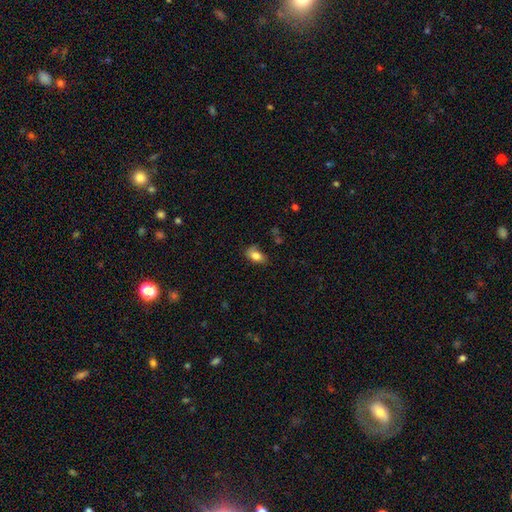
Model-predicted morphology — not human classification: smooth_or_featured: smooth (p=0.81) [alt: featured or disk p=0.10]
how_rounded: in between (p=0.89) [alt: round p=0.07]
merging: none (p=0.63) [alt: minor disturbance p=0.27]